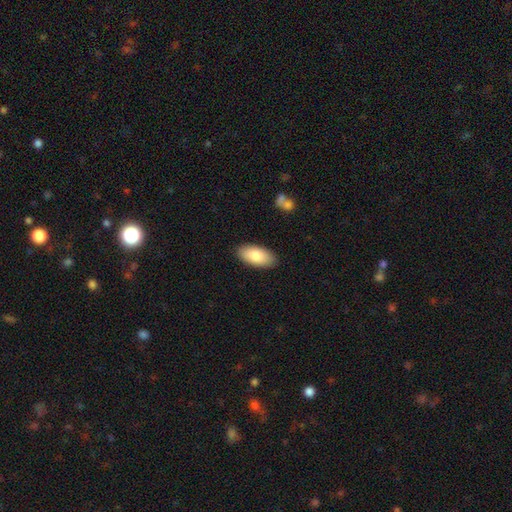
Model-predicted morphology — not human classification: Smooth or featured?
  - smooth: 82% *
  - featured or disk: 12%
  - star or artifact: 6%
How rounded?
  - in between: 93% *
  - cigar-shaped: 4%
  - round: 2%
Merging?
  - none: 88% *
  - minor disturbance: 9%
  - major disturbance: 2%
  - merger: 1%